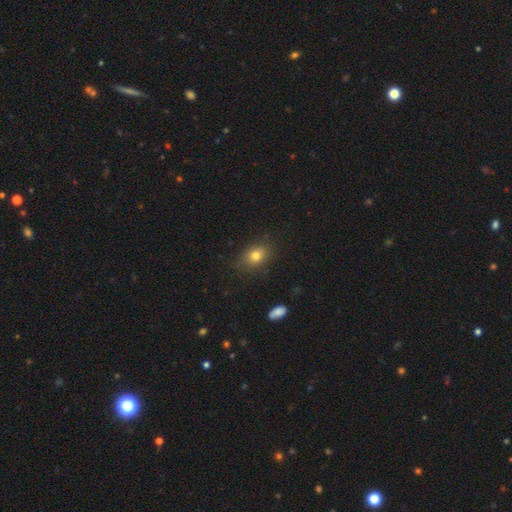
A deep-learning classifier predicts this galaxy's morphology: This is likely a smooth galaxy (78%). How rounded: likely in between (62%). Merging: clearly none (80%).